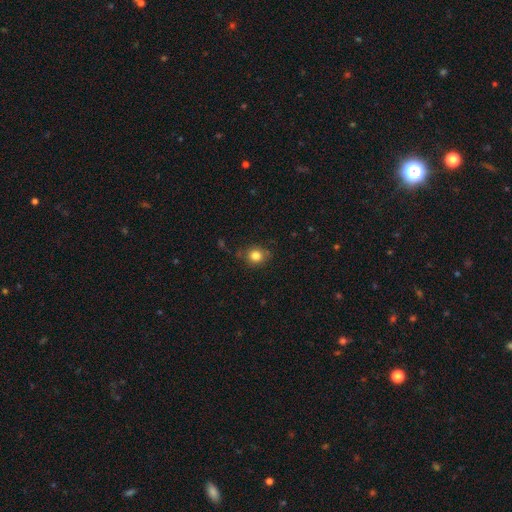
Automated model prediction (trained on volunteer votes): A smooth galaxy with no disk features (83%) that is round (77%). Merging: none (78%).